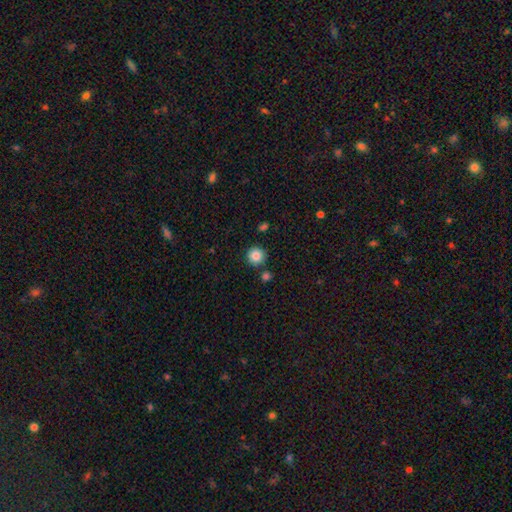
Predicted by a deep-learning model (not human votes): The model was most divided on "smooth or featured": smooth: 86%, star or artifact: 10%, featured or disk: 4%. More confident: how rounded — round (95%); merging — none (85%).